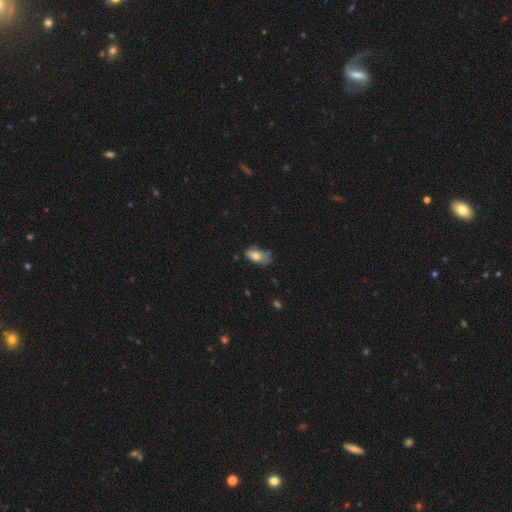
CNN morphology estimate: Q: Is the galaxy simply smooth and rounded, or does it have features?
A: smooth — 73%.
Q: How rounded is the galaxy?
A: in between — 90%.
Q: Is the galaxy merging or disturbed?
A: none — 46%.